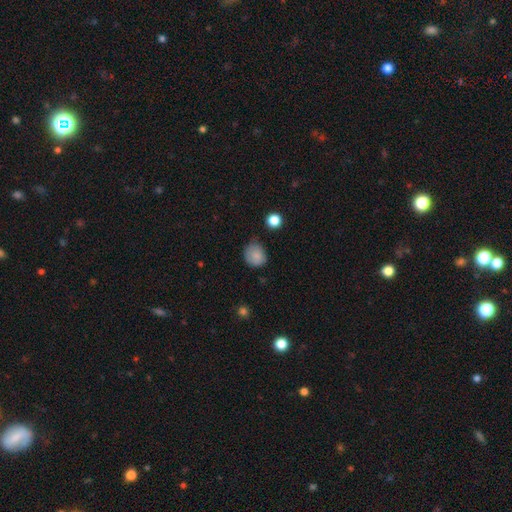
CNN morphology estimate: A smooth galaxy with no disk features (82%) that is round (74%).

Vote fractions:
- Smooth or featured? smooth: 82% / star or artifact: 9% / featured or disk: 9%
- How rounded? round: 74% / in between: 25% / cigar-shaped: 1%
- Merging? none: 59% / minor disturbance: 32% / major disturbance: 7% / merger: 2%